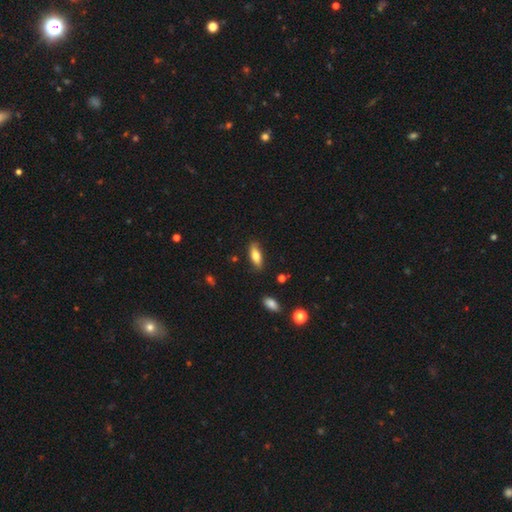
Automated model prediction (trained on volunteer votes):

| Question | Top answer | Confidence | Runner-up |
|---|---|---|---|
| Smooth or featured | smooth | 76% | featured or disk (18%) |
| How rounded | in between | 68% | cigar-shaped (30%) |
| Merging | none | 81% | minor disturbance (14%) |